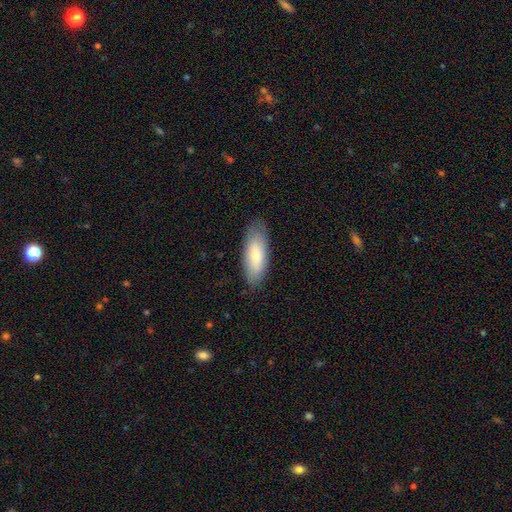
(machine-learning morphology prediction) Smooth or featured?
  - smooth: 79% *
  - featured or disk: 16%
  - star or artifact: 6%
How rounded?
  - in between: 71% *
  - cigar-shaped: 28%
  - round: 2%
Merging?
  - none: 82% *
  - minor disturbance: 14%
  - major disturbance: 3%
  - merger: 1%